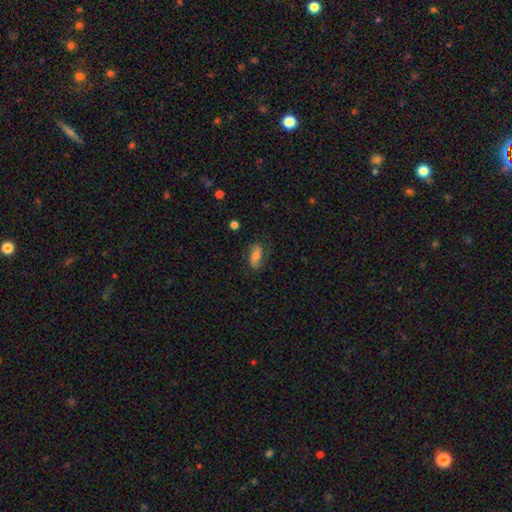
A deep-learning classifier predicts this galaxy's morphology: Smooth or featured? smooth (60%)
How rounded? in between (84%)
Merging? none (73%)